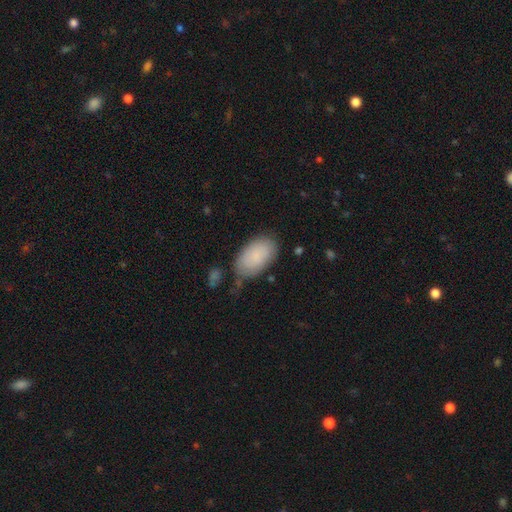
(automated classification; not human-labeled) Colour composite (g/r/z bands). It shows a smooth galaxy with no disk features (85%) that is in between round and cigar-shaped (95%). Merging: none (68%).